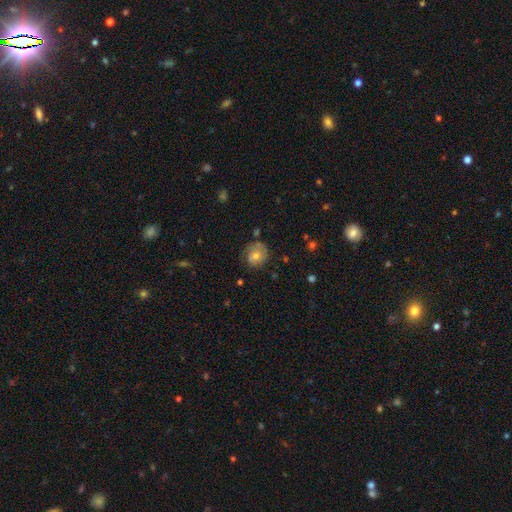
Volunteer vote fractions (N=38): Smooth or featured? 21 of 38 (55%) said featured or disk. Edge-on disk? 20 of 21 (95%) said no. Bar? 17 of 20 (85%) said no. Spiral arms? 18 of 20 (90%) said yes. Spiral winding? 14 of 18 (78%) said tight. Spiral arm count? 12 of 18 (67%) said 1. Bulge size? 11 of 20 (55%) said small. Merging? 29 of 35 (83%) said none.